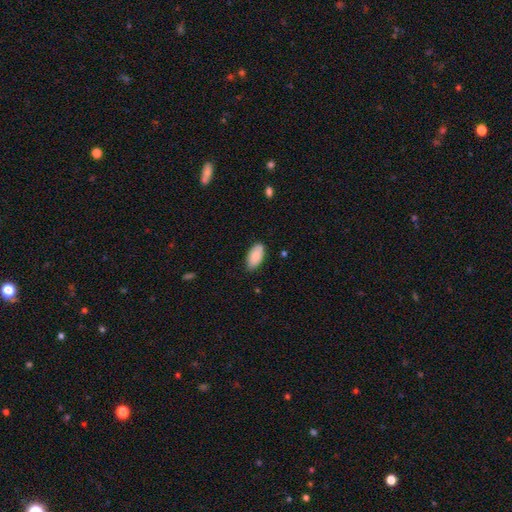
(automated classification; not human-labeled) Morphology: type=smooth (87%); roundness=in between (94%); merging=none (84%).